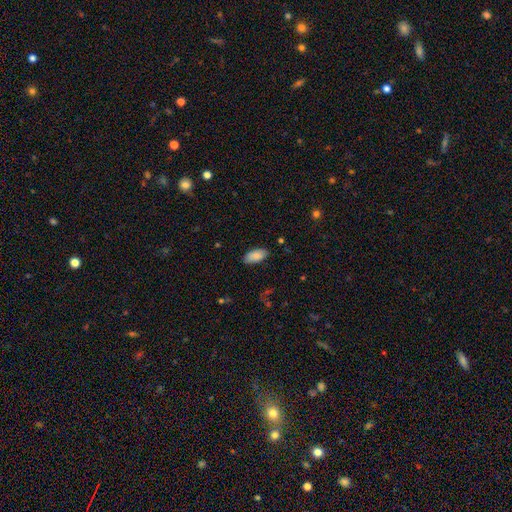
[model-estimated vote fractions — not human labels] Smooth or featured? smooth (87%)
How rounded? in between (92%)
Merging? none (85%)